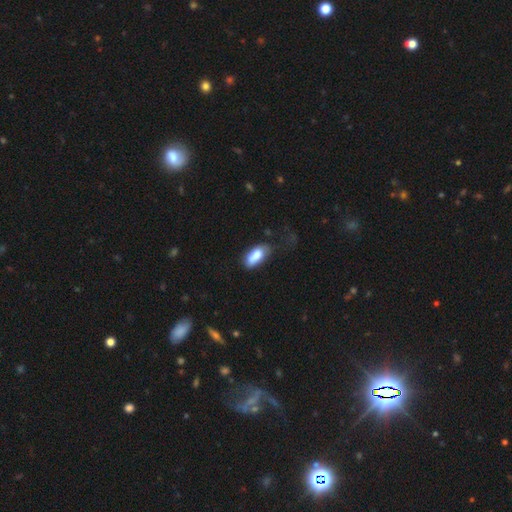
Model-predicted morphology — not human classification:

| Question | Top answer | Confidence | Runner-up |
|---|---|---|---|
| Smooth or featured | smooth | 79% | featured or disk (13%) |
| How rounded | in between | 87% | cigar-shaped (10%) |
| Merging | none | 45% | minor disturbance (32%) |